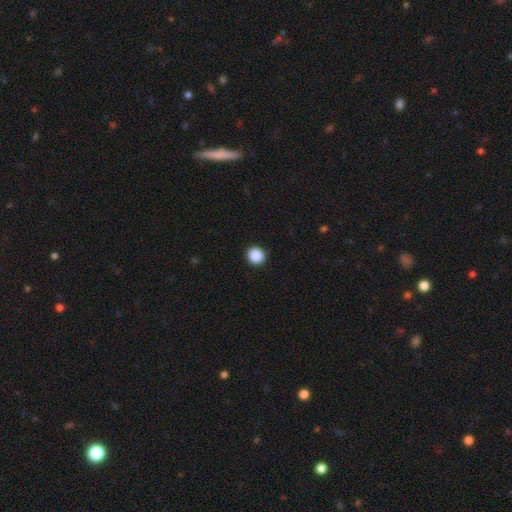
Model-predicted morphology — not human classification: A smooth galaxy with no disk features (88%) that is round (92%). Merging: none (93%).